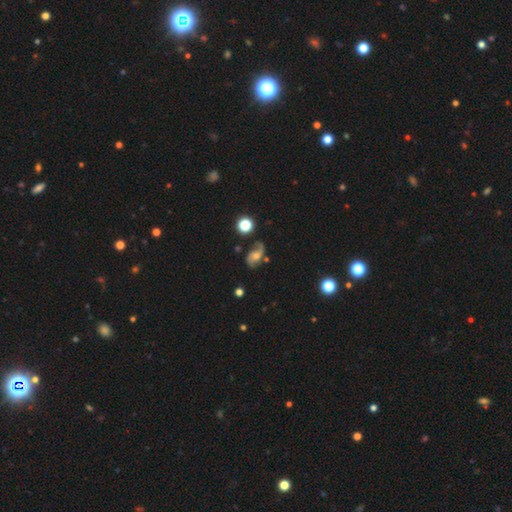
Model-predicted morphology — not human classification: A featured or disk galaxy (74%) with no bar (65%), 2 (84%) loose (59%) spiral arms (93%) and a moderate central bulge (53%).

Vote fractions:
- Smooth or featured? featured or disk: 74% / smooth: 16% / star or artifact: 10%
- Edge-on disk? no: 96% / yes: 4%
- Bar? no: 65% / weak: 29% / strong: 7%
- Spiral arms? yes: 93% / no: 7%
- Spiral winding? loose: 59% / medium: 31% / tight: 10%
- Spiral arm count? 2: 84% / 1: 8% / can't tell: 4% / 3: 1% / 4: 1% / more than 4: 1%
- Bulge size? moderate: 53% / small: 36% / large: 5% / none: 4% / dominant: 1%
- Merging? none: 63% / minor disturbance: 21% / major disturbance: 11% / merger: 5%